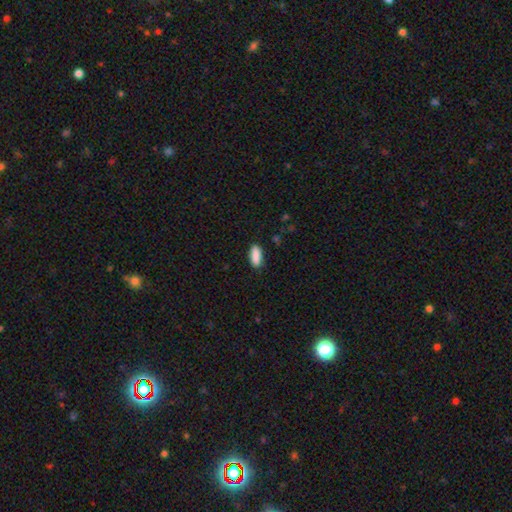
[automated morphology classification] A smooth galaxy with no disk features (89%) that is in between round and cigar-shaped (76%). Merging: none (86%).